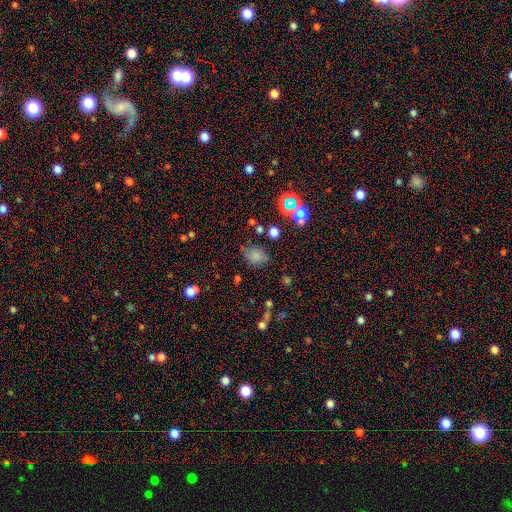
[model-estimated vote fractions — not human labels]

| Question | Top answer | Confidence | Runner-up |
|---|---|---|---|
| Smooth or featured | smooth | 70% | star or artifact (20%) |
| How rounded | in between | 59% | round (40%) |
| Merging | none | 67% | minor disturbance (21%) |